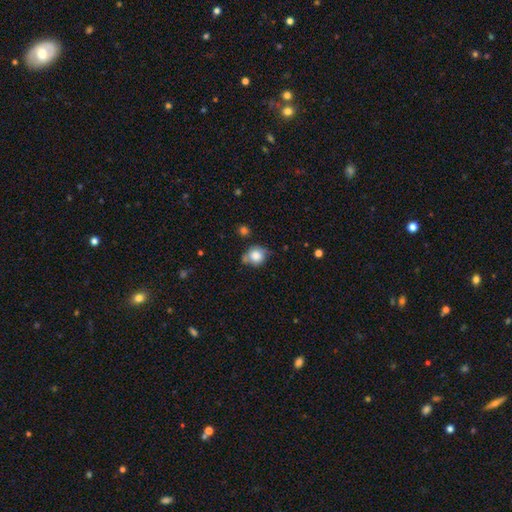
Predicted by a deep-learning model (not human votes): Morphology: type=smooth (79%); roundness=round (77%); merging=none (58%).